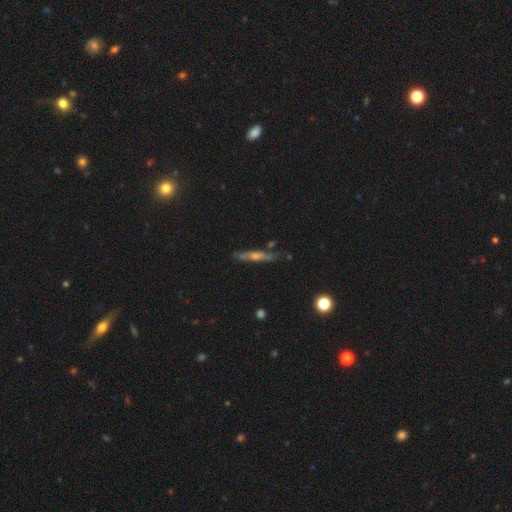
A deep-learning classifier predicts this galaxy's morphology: This appears to be a featured or disk galaxy (61%) viewed edge-on (88%) with a rounded central bulge (74%). Merging: none (79%).